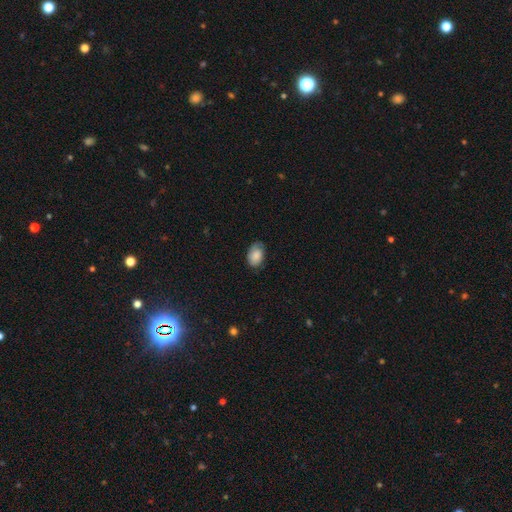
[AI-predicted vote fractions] A smooth galaxy with no disk features (84%) that is in between round and cigar-shaped (88%).

Vote fractions:
- Smooth or featured? smooth: 84% / featured or disk: 9% / star or artifact: 7%
- How rounded? in between: 88% / round: 11% / cigar-shaped: 1%
- Merging? none: 71% / minor disturbance: 23% / major disturbance: 4% / merger: 1%